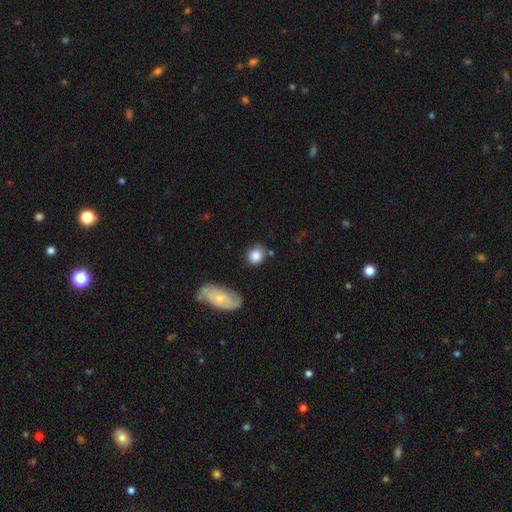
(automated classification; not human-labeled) Smooth or featured: smooth — 82% (featured or disk — 10%)
How rounded: round — 76% (in between — 22%)
Merging: none — 73% (minor disturbance — 16%)